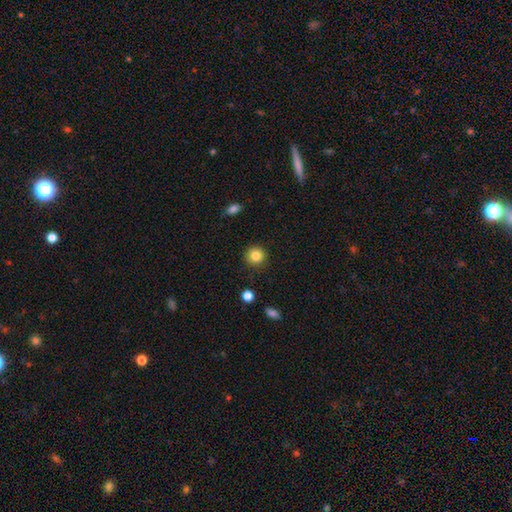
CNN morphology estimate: Q: Smooth or featured?
A: smooth (85%); runner-up: star or artifact (10%)
Q: How rounded?
A: round (93%); runner-up: in between (6%)
Q: Merging?
A: none (89%); runner-up: minor disturbance (7%)